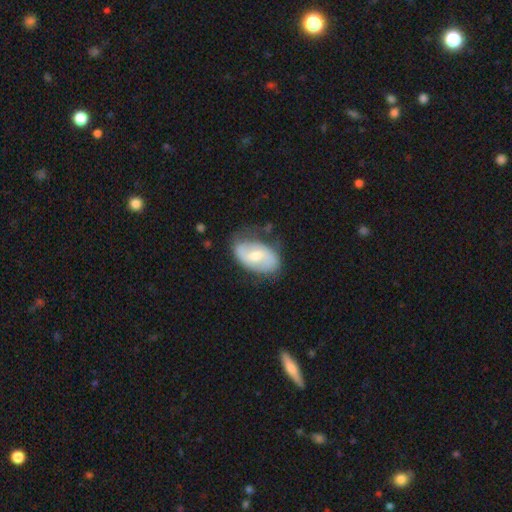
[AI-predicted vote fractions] featured or disk 57%, smooth 37%, star or artifact 6%. Down the decision tree: edge-on disk — no (95%); bar — weak (50%); spiral arms — yes (74%); bulge size — moderate (61%); merging — none (66%).